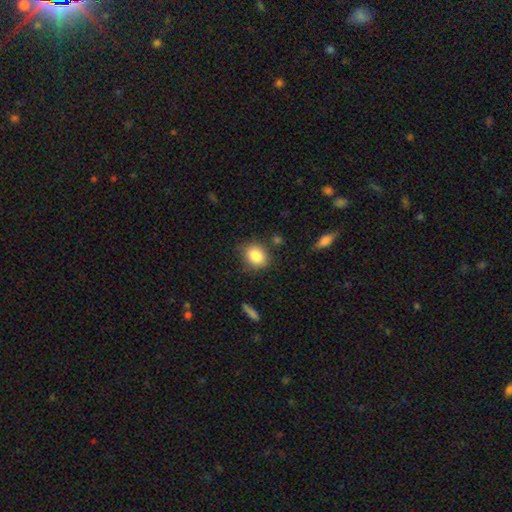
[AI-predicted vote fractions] smooth-or-featured: smooth: 85% | star or artifact: 8% | featured or disk: 6%
  how-rounded: round: 50% | in between: 49% | cigar-shaped: 1%
  merging: none: 79% | minor disturbance: 14% | major disturbance: 4% | merger: 3%